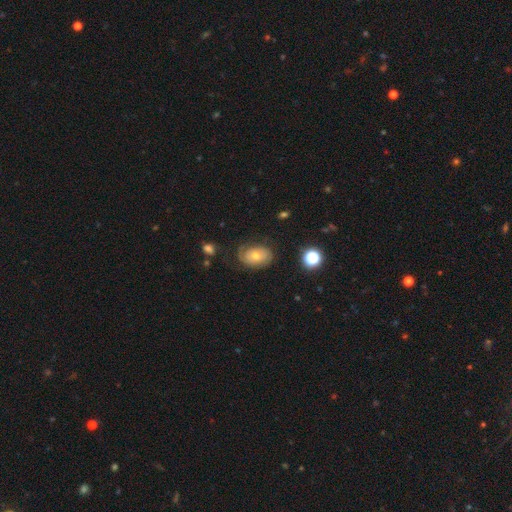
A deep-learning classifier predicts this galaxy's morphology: Q: Smooth or featured?
A: featured or disk (47%); runner-up: smooth (42%)
Q: Merging?
A: none (61%); runner-up: minor disturbance (24%)